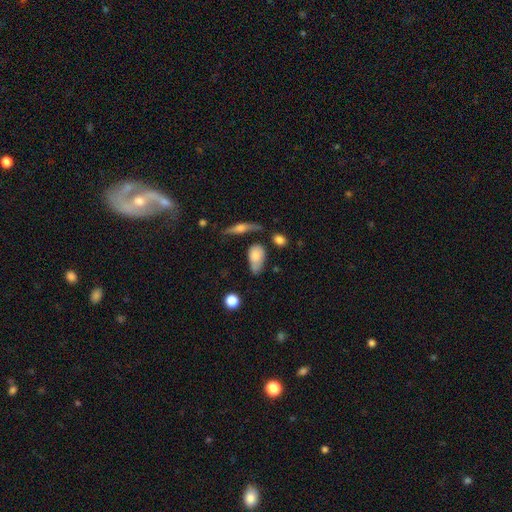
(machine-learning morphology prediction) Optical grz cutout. It shows a smooth galaxy with no disk features (73%) that is in between round and cigar-shaped (88%). Merging: none (44%).